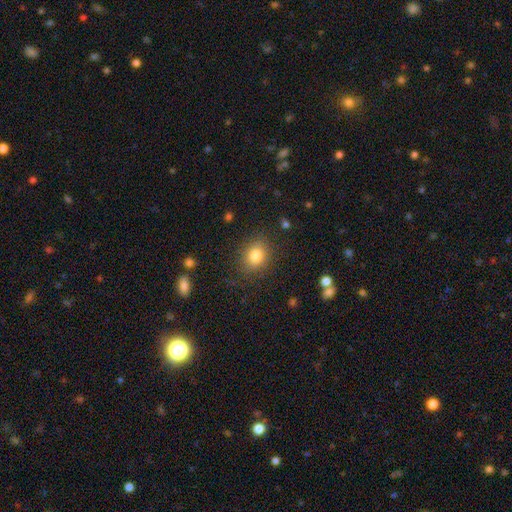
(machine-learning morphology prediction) This is clearly a smooth galaxy (82%). How rounded: possibly round (59%). Merging: clearly none (84%).